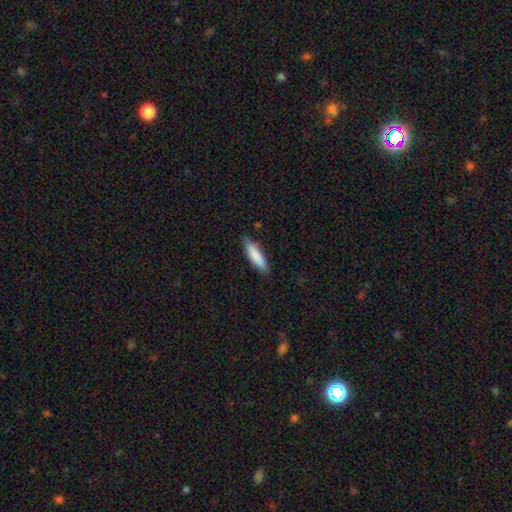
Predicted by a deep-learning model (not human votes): This appears to be a smooth galaxy with no disk features (86%) that is cigar-shaped (63%). Merging: none (82%).